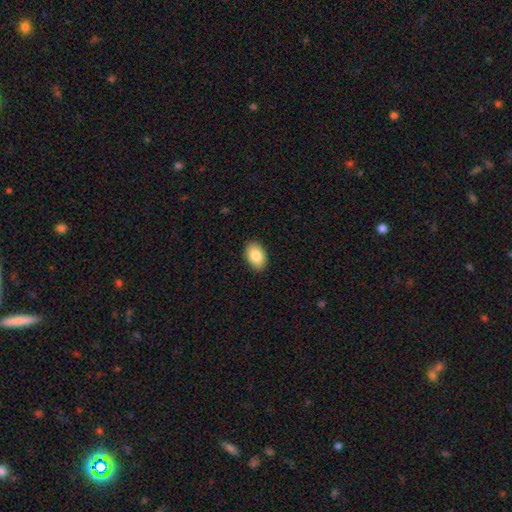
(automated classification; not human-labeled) Smooth or featured: smooth — 86% (featured or disk — 7%)
How rounded: in between — 89% (round — 10%)
Merging: none — 90% (minor disturbance — 8%)